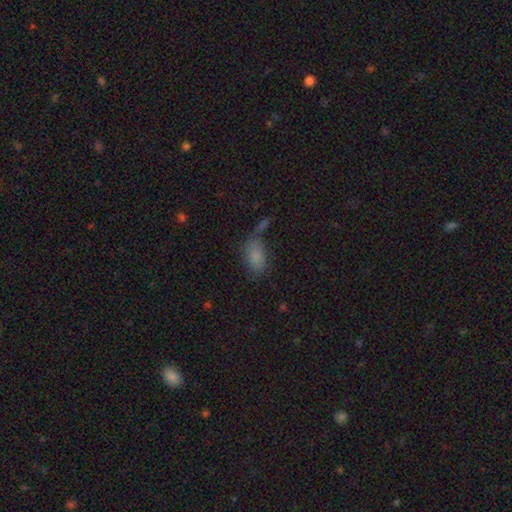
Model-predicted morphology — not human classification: smooth 80%, star or artifact 11%, featured or disk 9%. Down the decision tree: how rounded — in between (91%); merging — none (54%).